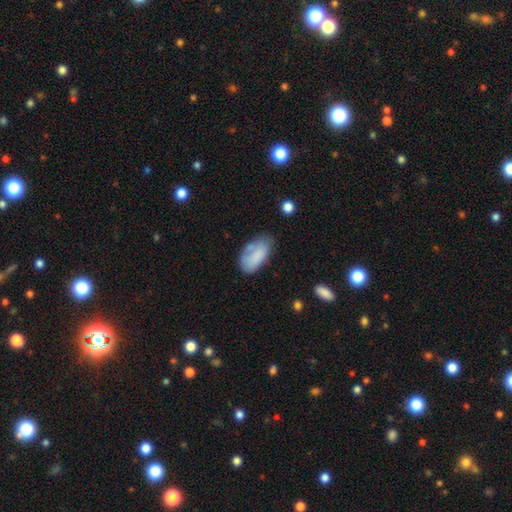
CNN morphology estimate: type=smooth (77%); roundness=in between (93%); merging=none (50%).